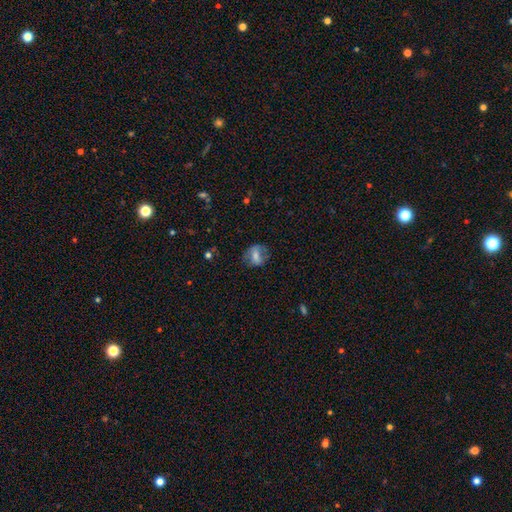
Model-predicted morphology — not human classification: This is possibly a smooth galaxy (56%). How rounded: possibly in between (51%). Merging: likely none (65%).